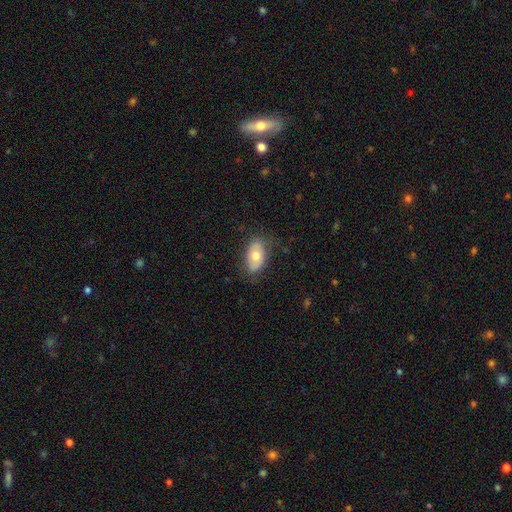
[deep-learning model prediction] Morphology: type=smooth (66%); roundness=in between (91%); merging=none (77%).